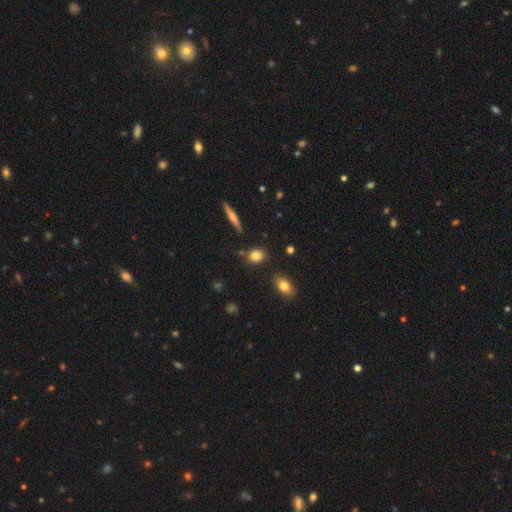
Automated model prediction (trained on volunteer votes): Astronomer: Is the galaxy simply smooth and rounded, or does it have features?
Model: smooth — 82%.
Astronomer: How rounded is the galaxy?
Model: round — 51% (runner-up: in between, 45%).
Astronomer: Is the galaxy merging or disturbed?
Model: none — 83%.